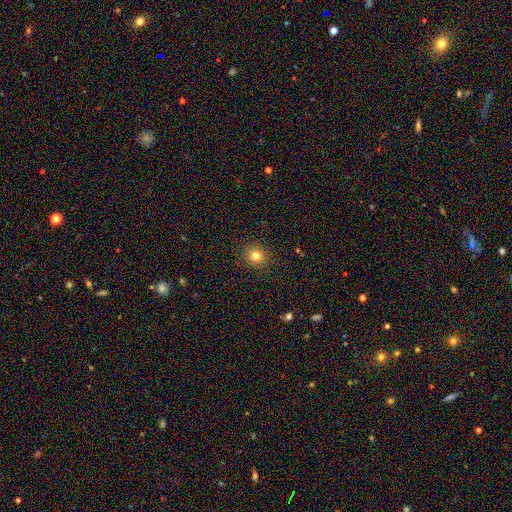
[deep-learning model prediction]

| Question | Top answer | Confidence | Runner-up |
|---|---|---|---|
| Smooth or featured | smooth | 79% | star or artifact (14%) |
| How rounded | round | 90% | in between (9%) |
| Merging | none | 91% | minor disturbance (6%) |